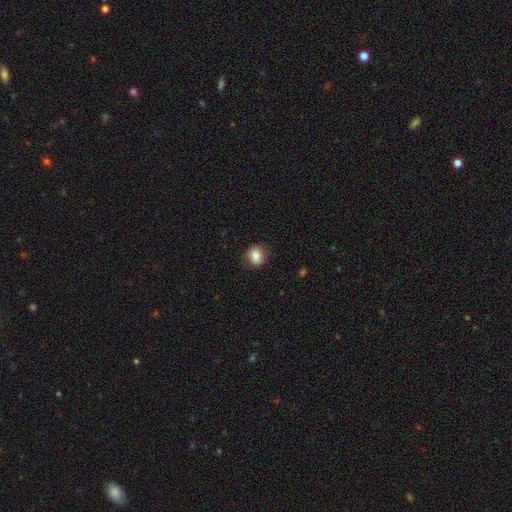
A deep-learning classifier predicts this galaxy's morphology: Smooth or featured?
  - smooth: 80% *
  - featured or disk: 11%
  - star or artifact: 9%
How rounded?
  - round: 59% *
  - in between: 40%
  - cigar-shaped: 1%
Merging?
  - none: 78% *
  - minor disturbance: 16%
  - major disturbance: 4%
  - merger: 1%